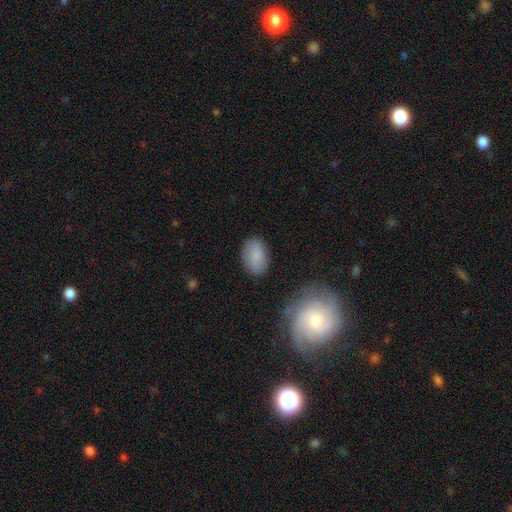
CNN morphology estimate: Smooth or featured?
  - smooth: 85% *
  - featured or disk: 8%
  - star or artifact: 7%
How rounded?
  - in between: 90% *
  - round: 8%
  - cigar-shaped: 1%
Merging?
  - none: 83% *
  - minor disturbance: 12%
  - major disturbance: 3%
  - merger: 2%